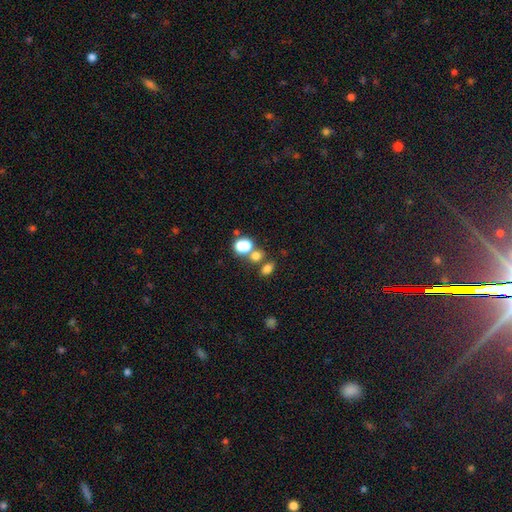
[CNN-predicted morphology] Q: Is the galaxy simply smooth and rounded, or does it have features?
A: smooth — 72%.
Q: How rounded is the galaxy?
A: in between — 52%.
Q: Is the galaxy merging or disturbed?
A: none — 46%.